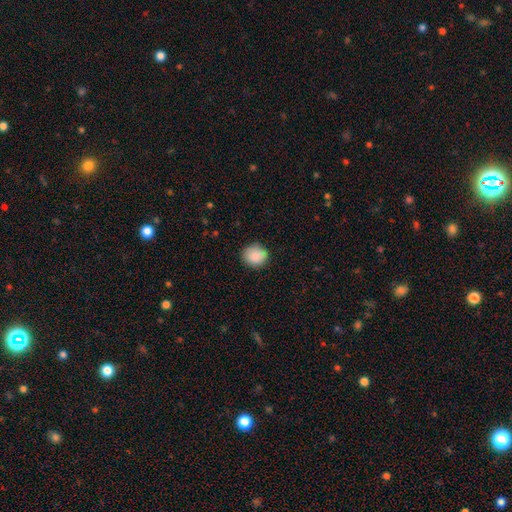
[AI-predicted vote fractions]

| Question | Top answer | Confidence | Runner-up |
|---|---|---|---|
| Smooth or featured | smooth | 89% | star or artifact (8%) |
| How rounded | round | 77% | in between (22%) |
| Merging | none | 85% | minor disturbance (11%) |